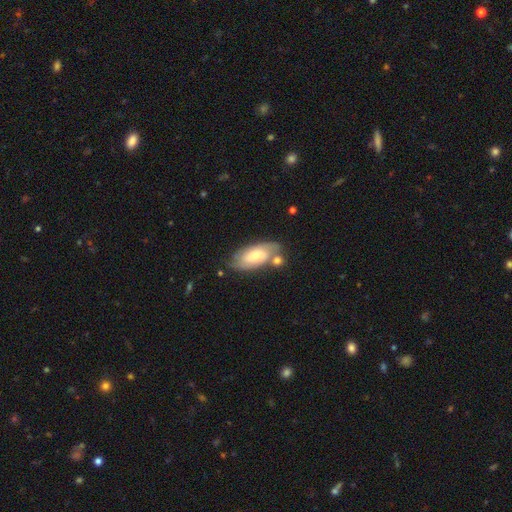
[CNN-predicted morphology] This appears to be a smooth galaxy with no disk features (52%) that is in between round and cigar-shaped (87%). Merging: none (55%).